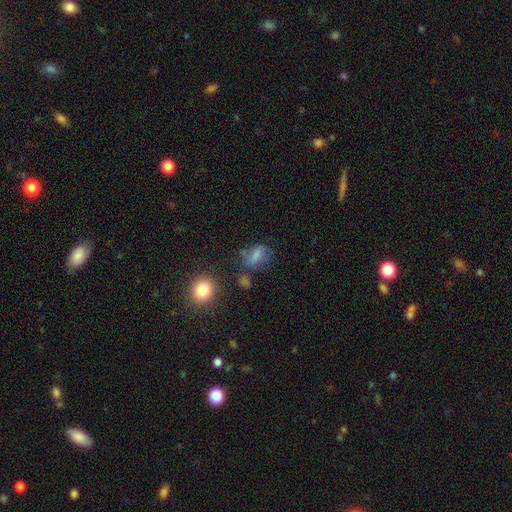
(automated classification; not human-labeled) Smooth or featured?
  - smooth: 68% *
  - featured or disk: 17%
  - star or artifact: 15%
How rounded?
  - in between: 77% *
  - round: 17%
  - cigar-shaped: 5%
Merging?
  - none: 45% *
  - minor disturbance: 25%
  - major disturbance: 19%
  - merger: 12%